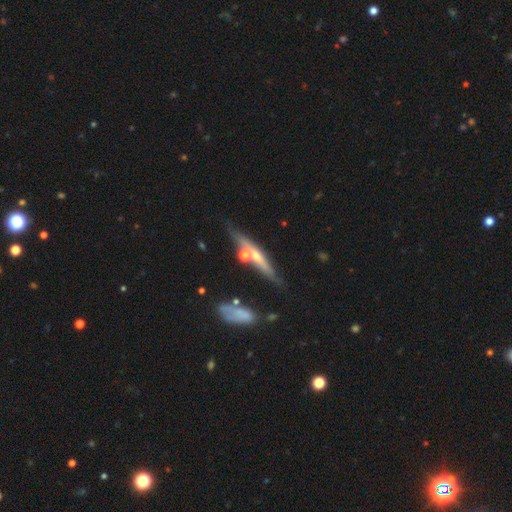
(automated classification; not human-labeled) A featured or disk galaxy (67%) viewed edge-on (89%) with a rounded central bulge (76%). Merging: none (66%).